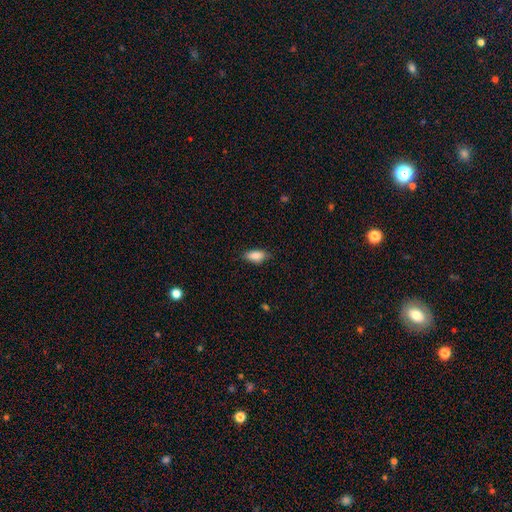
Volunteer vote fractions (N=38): A smooth galaxy with no disk features (89%) that is in between round and cigar-shaped (88%). Merging: none (75%).